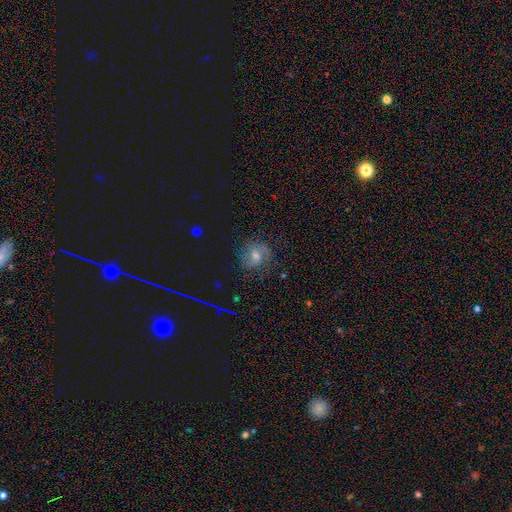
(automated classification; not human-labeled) smooth_or_featured: featured or disk (p=0.51) [alt: smooth p=0.27]
disk_edge_on: no (p=0.96) [alt: yes p=0.04]
merging: none (p=0.74) [alt: minor disturbance p=0.17]